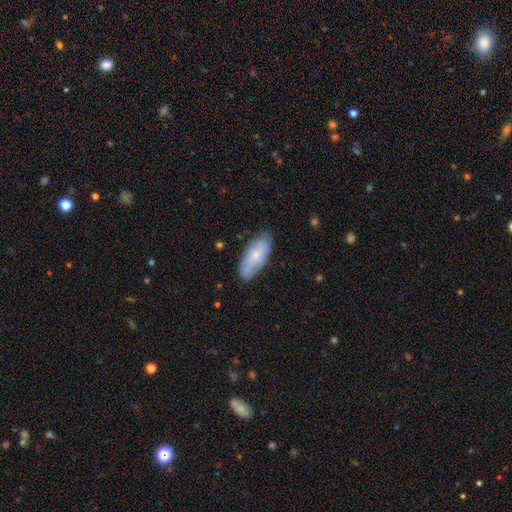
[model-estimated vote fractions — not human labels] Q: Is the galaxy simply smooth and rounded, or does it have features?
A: smooth — 62%.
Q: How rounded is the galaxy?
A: in between — 82%.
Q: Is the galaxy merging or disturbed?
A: none — 74%.